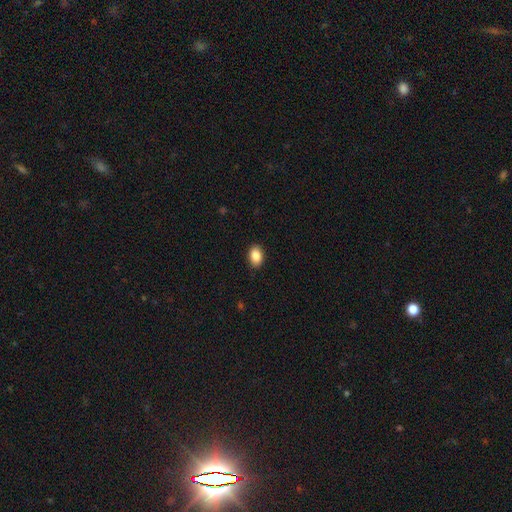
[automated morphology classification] Smooth or featured? Predicted: smooth (p=0.88). How rounded? Predicted: in between (p=0.78). Merging? Predicted: none (p=0.89).